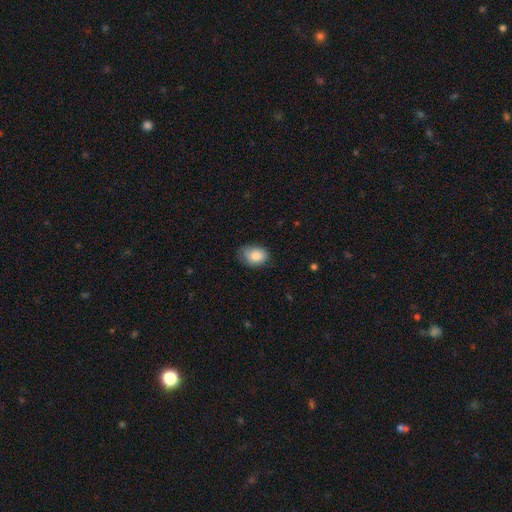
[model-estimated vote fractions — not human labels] This is clearly a smooth galaxy (83%). How rounded: likely in between (77%). Merging: likely none (62%).